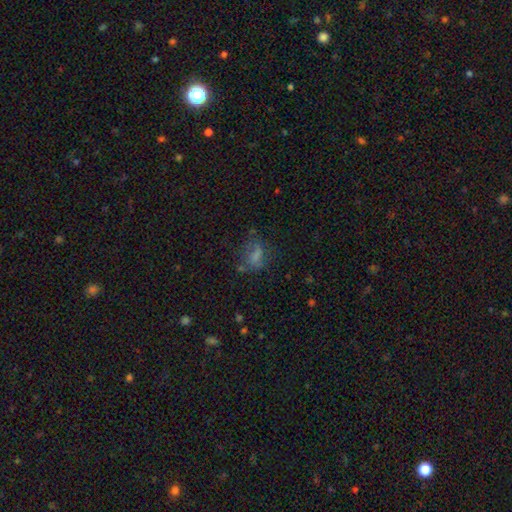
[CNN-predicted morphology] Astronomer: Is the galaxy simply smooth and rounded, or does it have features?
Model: smooth — 56%.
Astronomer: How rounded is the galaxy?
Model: in between — 71%.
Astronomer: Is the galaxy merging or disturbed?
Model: none — 43% (runner-up: major disturbance, 26%).